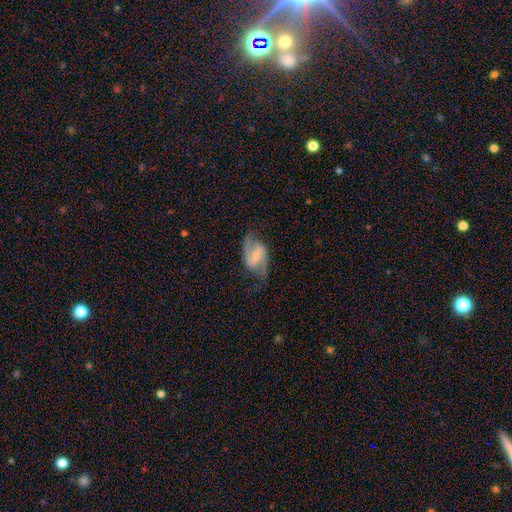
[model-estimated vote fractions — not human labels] smooth_or_featured: featured or disk (p=0.80) [alt: smooth p=0.14]
disk_edge_on: no (p=0.97) [alt: yes p=0.03]
bar: weak (p=0.52) [alt: no p=0.29]
has_spiral_arms: yes (p=0.94) [alt: no p=0.06]
spiral_winding: medium (p=0.48) [alt: loose p=0.36]
spiral_arm_count: 2 (p=0.90) [alt: can't tell p=0.04]
bulge_size: small (p=0.45) [tied with: moderate p=0.45]
merging: none (p=0.69) [alt: minor disturbance p=0.20]